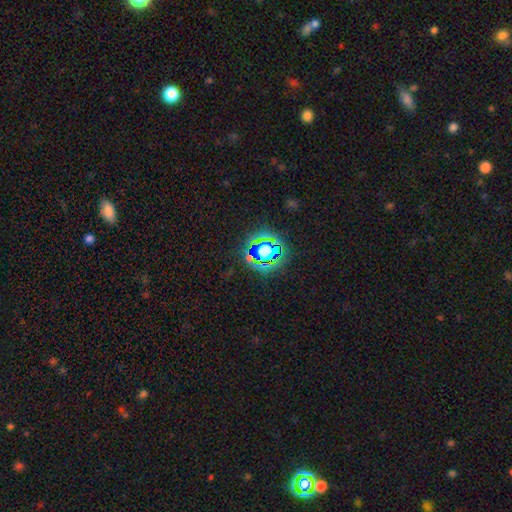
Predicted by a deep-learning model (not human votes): star or artifact 73%, smooth 16%, featured or disk 10%.